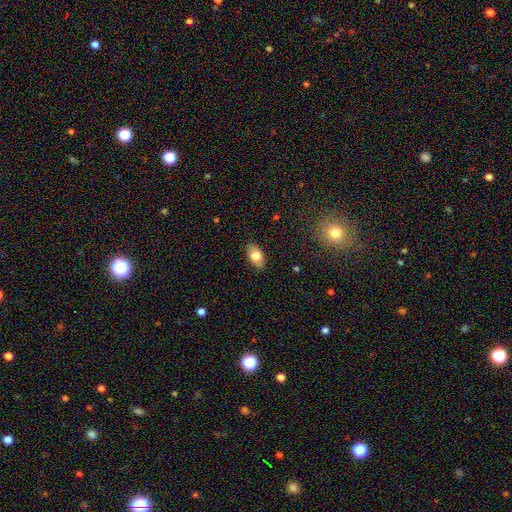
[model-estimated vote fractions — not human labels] smooth-or-featured: smooth: 79% | featured or disk: 14% | star or artifact: 8%
  how-rounded: in between: 91% | round: 6% | cigar-shaped: 3%
  merging: none: 87% | minor disturbance: 10% | major disturbance: 2% | merger: 1%